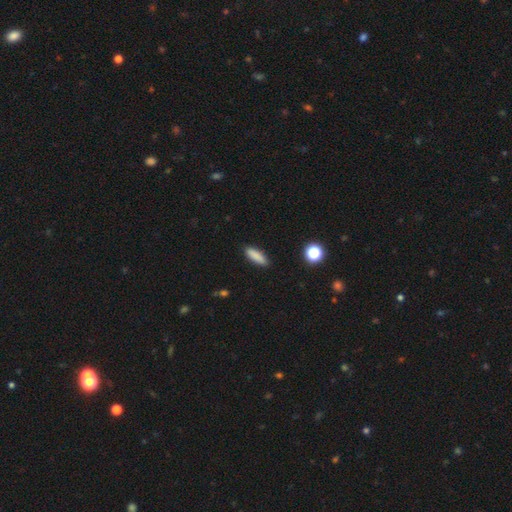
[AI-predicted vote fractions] This is clearly a smooth galaxy (86%). How rounded: possibly cigar-shaped (55%). Merging: clearly none (88%).